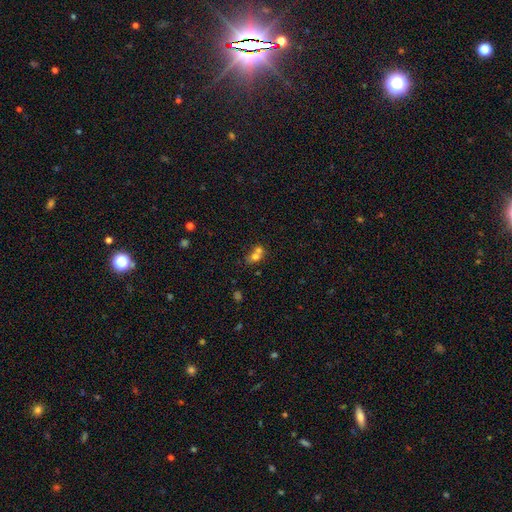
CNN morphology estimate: The model was most divided on "how rounded": round: 58%, in between: 40%, cigar-shaped: 2%. More confident: smooth or featured — smooth (66%); merging — merger (64%).